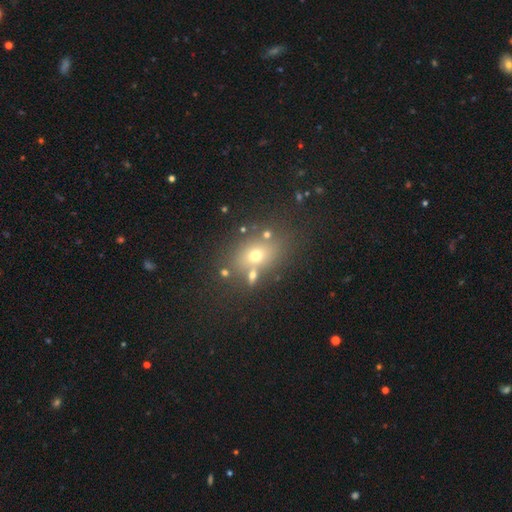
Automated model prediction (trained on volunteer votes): This appears to be a smooth galaxy with no disk features (62%) that is in between round and cigar-shaped (59%). Merging: none (66%).